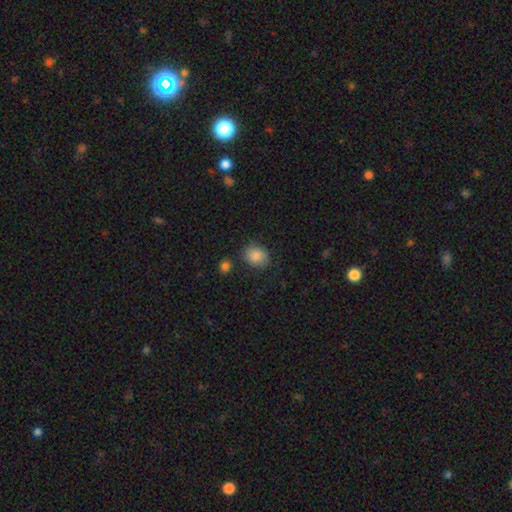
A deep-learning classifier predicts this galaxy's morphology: The model was most divided on "how rounded": round: 55%, in between: 44%, cigar-shaped: 1%. More confident: smooth or featured — smooth (86%); merging — none (80%).